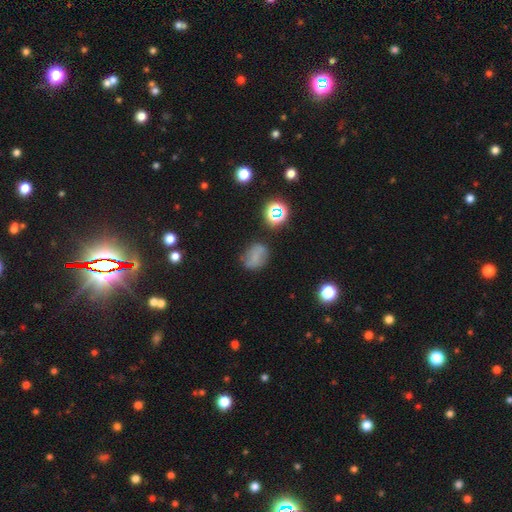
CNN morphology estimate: This is possibly a smooth galaxy (60%). How rounded: possibly in between (54%). Merging: likely none (63%).